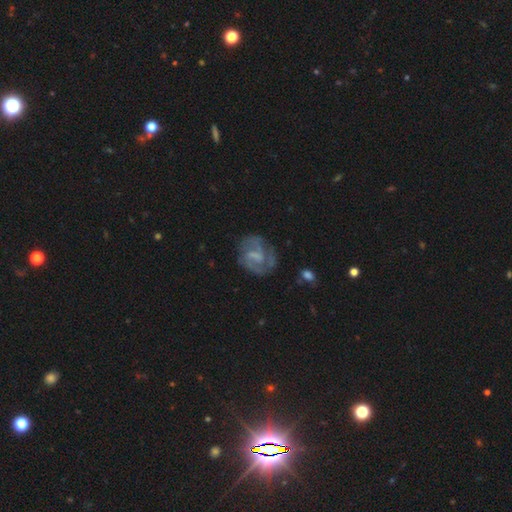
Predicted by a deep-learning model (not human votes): smooth_or_featured: featured or disk (p=0.72) [alt: smooth p=0.20]
disk_edge_on: no (p=0.98) [alt: yes p=0.02]
bar: weak (p=0.50) [alt: no p=0.30]
has_spiral_arms: yes (p=0.84) [alt: no p=0.16]
spiral_winding: medium (p=0.46) [alt: tight p=0.31]
spiral_arm_count: 2 (p=0.58) [alt: can't tell p=0.21]
bulge_size: none (p=0.45) [alt: small p=0.27]
merging: none (p=0.63) [alt: minor disturbance p=0.20]